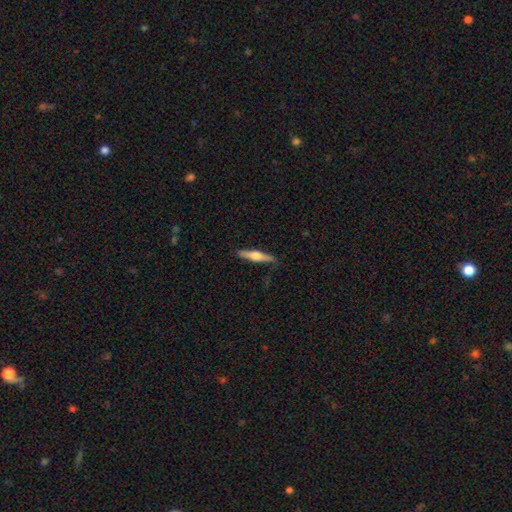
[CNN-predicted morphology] This appears to be a featured or disk galaxy (54%) viewed edge-on (97%) with a rounded central bulge (87%). Merging: none (87%).